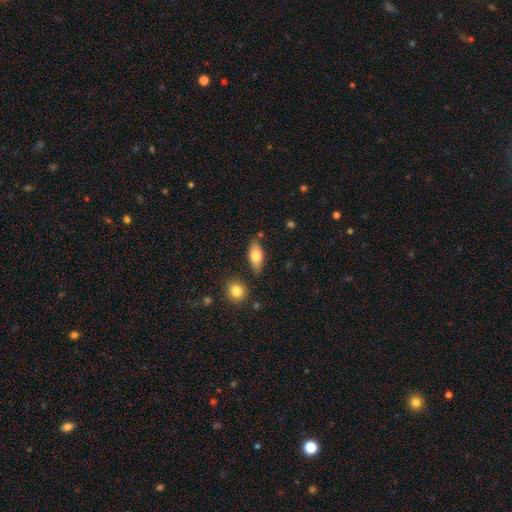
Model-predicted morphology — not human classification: Smooth or featured?
  - smooth: 77% *
  - featured or disk: 17%
  - star or artifact: 7%
How rounded?
  - in between: 84% *
  - cigar-shaped: 13%
  - round: 4%
Merging?
  - none: 77% *
  - minor disturbance: 15%
  - merger: 5%
  - major disturbance: 3%